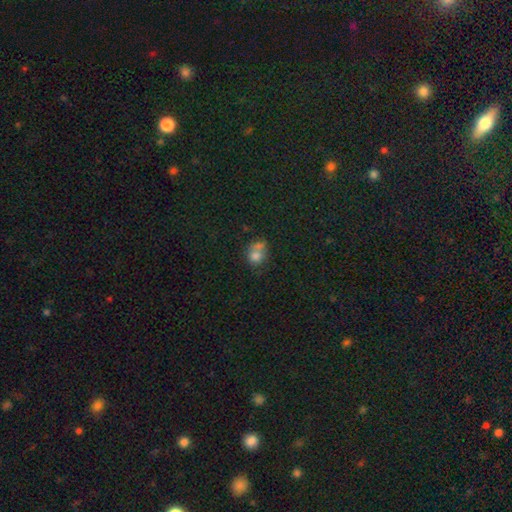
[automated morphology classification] This is likely a smooth galaxy (70%). How rounded: possibly round (60%). Merging: possibly merger (47%).